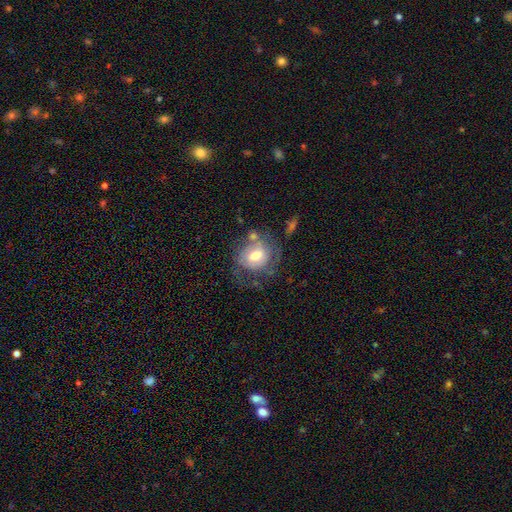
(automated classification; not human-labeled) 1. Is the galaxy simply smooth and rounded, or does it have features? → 51% smooth, 41% featured or disk, 8% star or artifact.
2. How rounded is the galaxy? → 74% round, 25% in between, 1% cigar-shaped.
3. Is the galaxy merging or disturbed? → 48% none, 22% minor disturbance, 20% major disturbance, 10% merger.